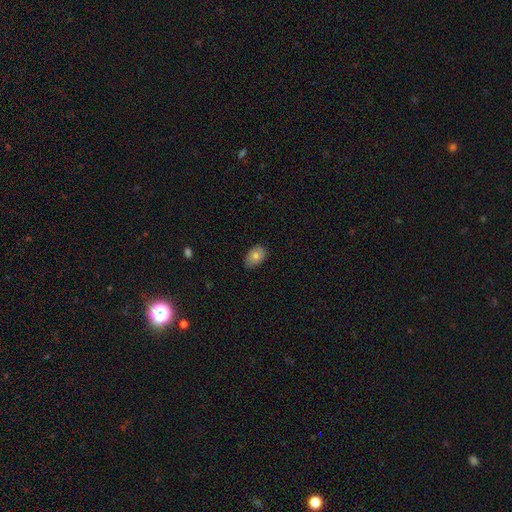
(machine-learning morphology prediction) type=smooth (77%); roundness=in between (83%); merging=none (74%).